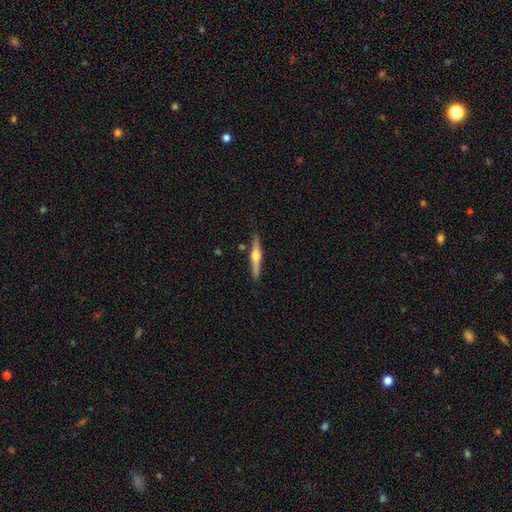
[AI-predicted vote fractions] Overall: featured or disk (67%; smooth 28%). Edge-on disk: yes (97%). Edge-on bulge: rounded (94%). Merging: none (87%).